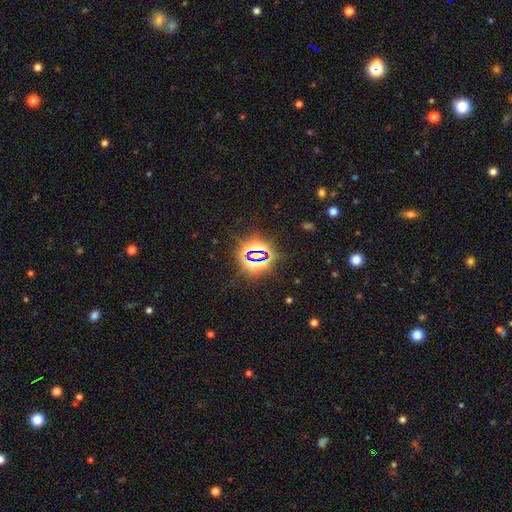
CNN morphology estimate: Smooth or featured? star or artifact (80%)